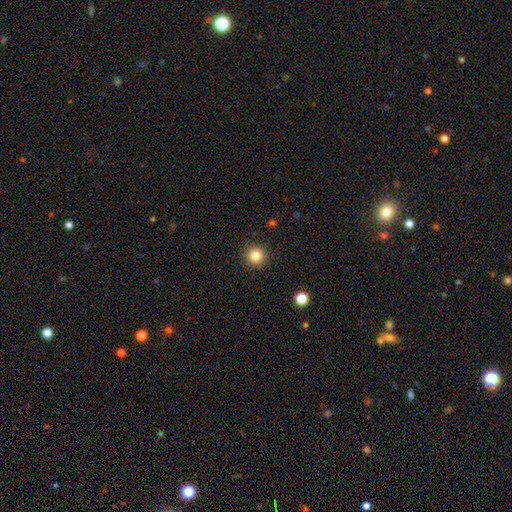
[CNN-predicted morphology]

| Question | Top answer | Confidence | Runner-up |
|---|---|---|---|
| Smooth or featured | smooth | 83% | star or artifact (11%) |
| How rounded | round | 95% | in between (4%) |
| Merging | none | 92% | minor disturbance (5%) |